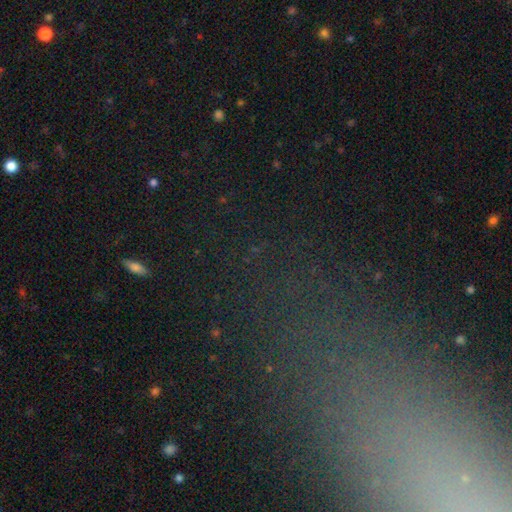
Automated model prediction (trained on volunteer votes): Morphology: type=star or artifact (66%).